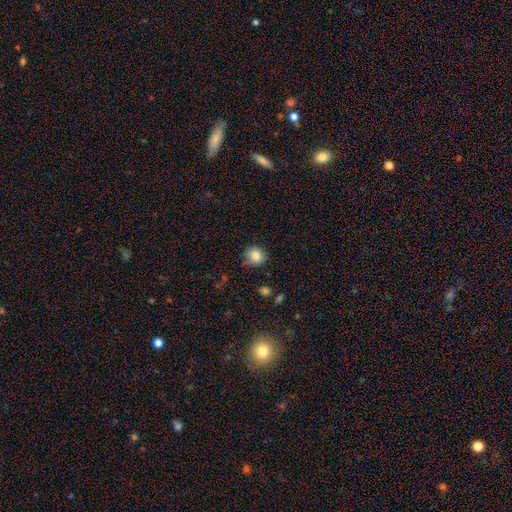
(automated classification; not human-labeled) smooth-or-featured: smooth: 82% | star or artifact: 10% | featured or disk: 8%
  how-rounded: round: 88% | in between: 11% | cigar-shaped: 1%
  merging: none: 80% | minor disturbance: 15% | major disturbance: 3% | merger: 2%